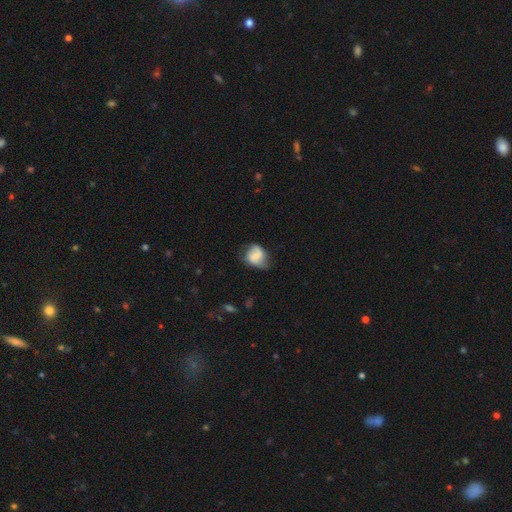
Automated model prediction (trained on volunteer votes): Morphology: type=smooth (58%); roundness=round (52%); merging=none (42%).